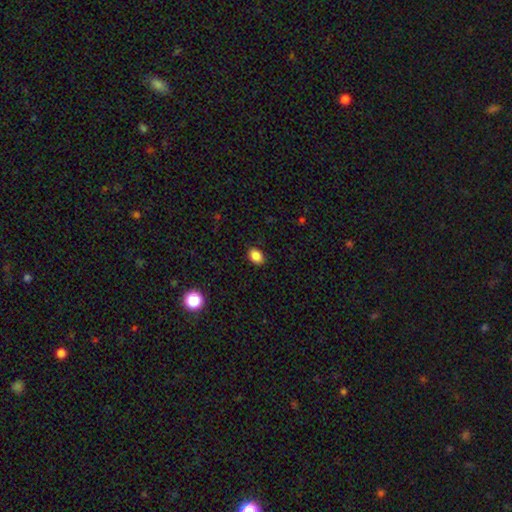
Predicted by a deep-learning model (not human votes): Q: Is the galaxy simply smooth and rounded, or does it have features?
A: smooth — 87%.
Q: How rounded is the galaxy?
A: in between — 73%.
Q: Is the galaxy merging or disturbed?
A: none — 89%.